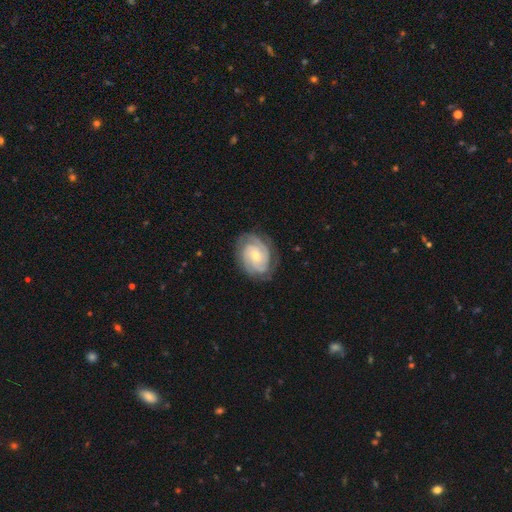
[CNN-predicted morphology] This is clearly a featured or disk galaxy (85%). It is clearly not viewed edge-on (98%). Bar: likely no (65%). Spiral arm pattern: clearly yes (97%). Spiral arm count: marginally 3 (33%). Spiral winding: likely tight (69%). Central bulge: possibly small (58%). Merging: likely none (79%).